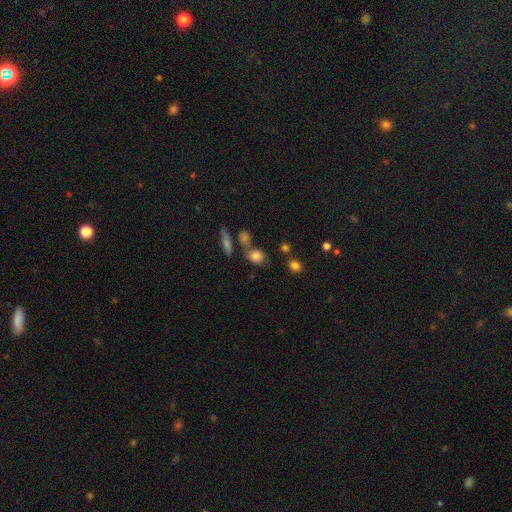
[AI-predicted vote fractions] smooth 81%, star or artifact 11%, featured or disk 9%. Down the decision tree: how rounded — round (51%); merging — none (59%).